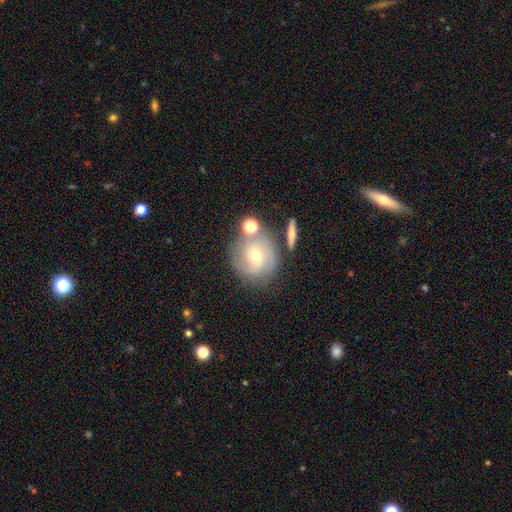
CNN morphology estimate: Smooth or featured? featured or disk (56%)
Edge-on disk? no (94%)
Bar? no (50%)
Spiral arms? yes (78%)
Bulge size? moderate (48%)
Merging? none (65%)